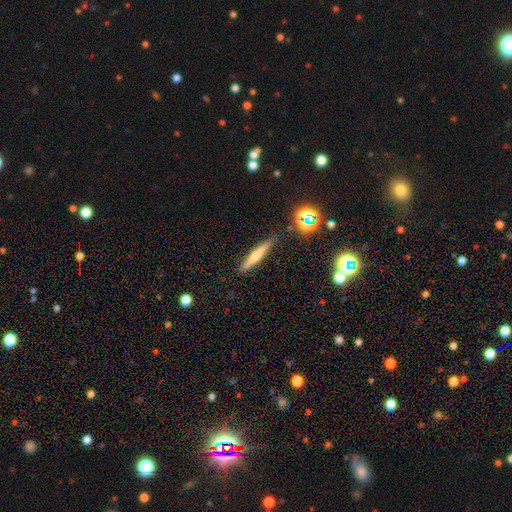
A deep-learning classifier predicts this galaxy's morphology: Q: Smooth or featured?
A: smooth (47%); runner-up: featured or disk (44%)
Q: Merging?
A: none (87%); runner-up: minor disturbance (9%)